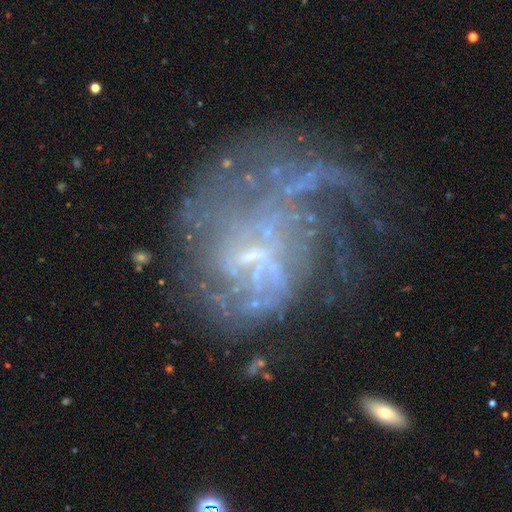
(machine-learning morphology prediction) This is likely a featured or disk galaxy (73%). It is clearly not viewed edge-on (98%). Bar: possibly no (56%). Spiral arm pattern: possibly yes (59%). Central bulge: marginally small (42%). Merging: possibly major disturbance (50%).